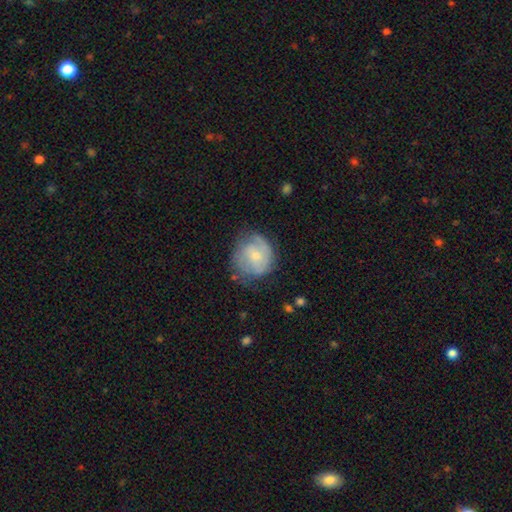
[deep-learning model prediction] The model was most divided on "smooth or featured": featured or disk: 57%, smooth: 37%, star or artifact: 7%. More confident: edge-on disk — no (98%); spiral arms — yes (82%); merging — none (61%); bar — no (58%); bulge size — small (56%).